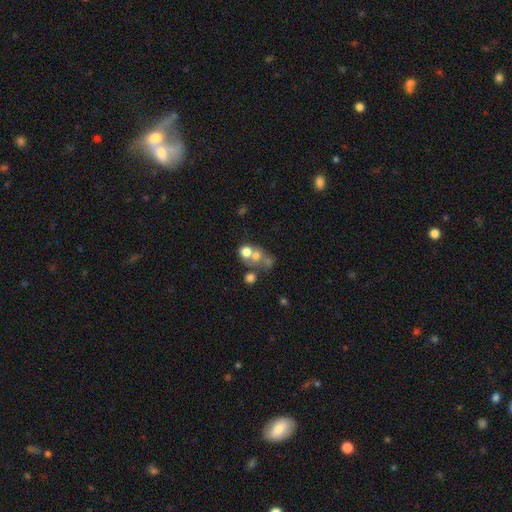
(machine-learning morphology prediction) type=smooth (60%); roundness=round (69%); merging=merger (54%).